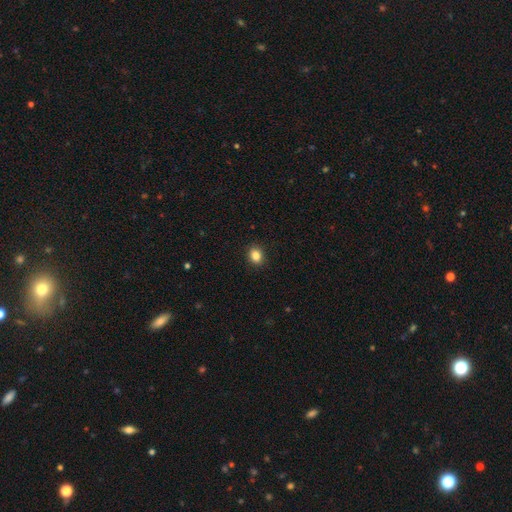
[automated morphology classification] The model was most divided on "how rounded": in between: 51%, round: 48%, cigar-shaped: 1%. More confident: merging — none (90%); smooth or featured — smooth (85%).